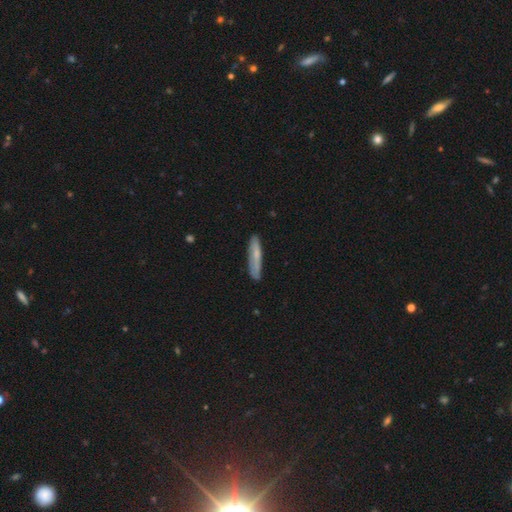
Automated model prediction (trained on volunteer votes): Morphology: type=smooth (64%); roundness=cigar-shaped (87%); merging=none (81%).